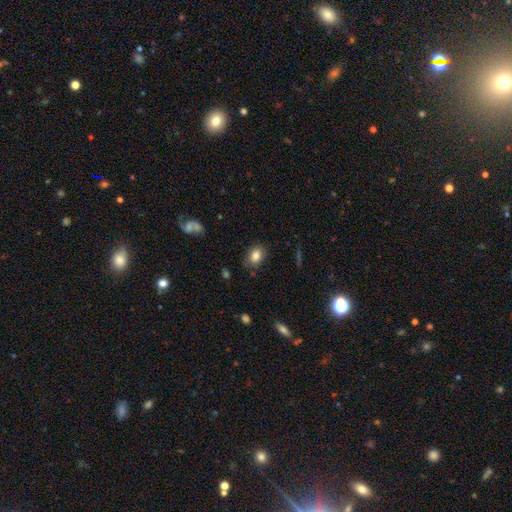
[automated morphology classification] This appears to be a smooth galaxy with no disk features (82%) that is in between round and cigar-shaped (65%). Merging: none (82%).